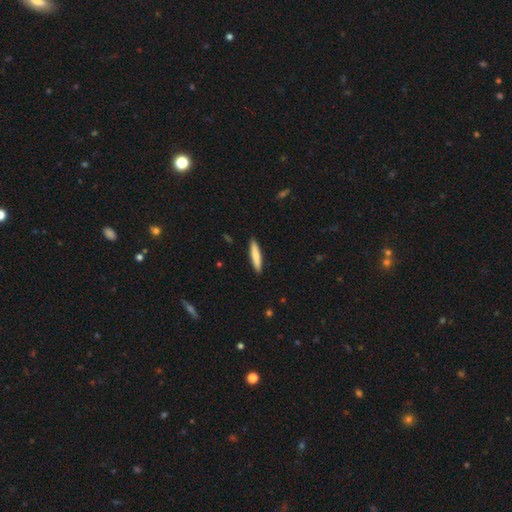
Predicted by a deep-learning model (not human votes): Smooth or featured? smooth (79%)
How rounded? cigar-shaped (89%)
Merging? none (91%)